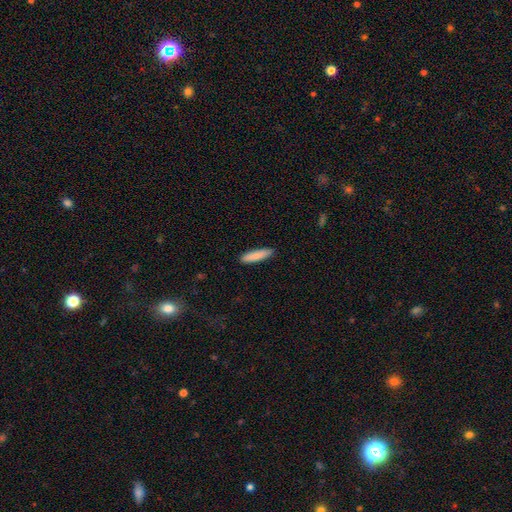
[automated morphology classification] Smooth or featured?
  - smooth: 86% *
  - featured or disk: 8%
  - star or artifact: 6%
How rounded?
  - cigar-shaped: 77% *
  - in between: 22%
  - round: 1%
Merging?
  - none: 89% *
  - minor disturbance: 9%
  - major disturbance: 2%
  - merger: 1%